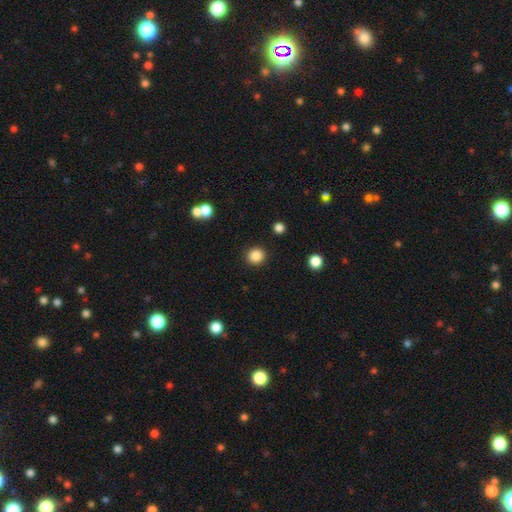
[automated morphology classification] Smooth or featured? Predicted: smooth (p=0.86). How rounded? Predicted: round (p=0.90). Merging? Predicted: none (p=0.91).